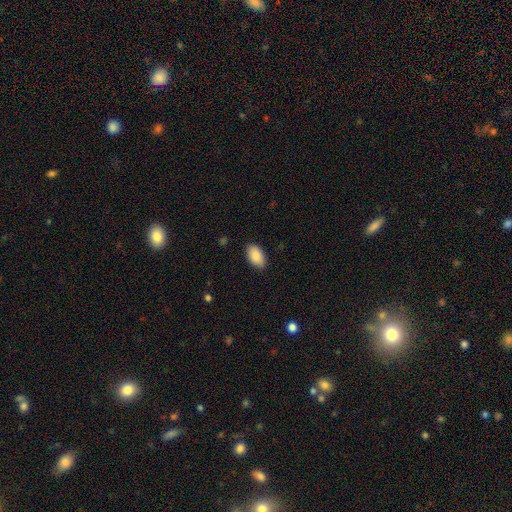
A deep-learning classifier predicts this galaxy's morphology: smooth_or_featured: smooth (p=0.89) [alt: star or artifact p=0.06]
how_rounded: in between (p=0.94) [alt: round p=0.04]
merging: none (p=0.88) [alt: minor disturbance p=0.09]